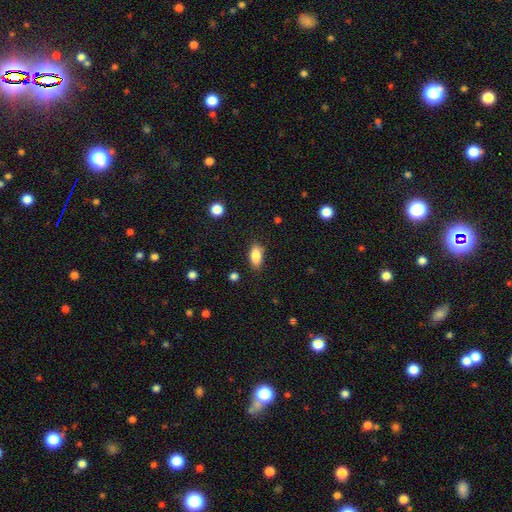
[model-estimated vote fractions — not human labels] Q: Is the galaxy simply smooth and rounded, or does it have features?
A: smooth — 85%.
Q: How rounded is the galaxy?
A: in between — 88%.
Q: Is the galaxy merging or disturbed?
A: none — 80%.